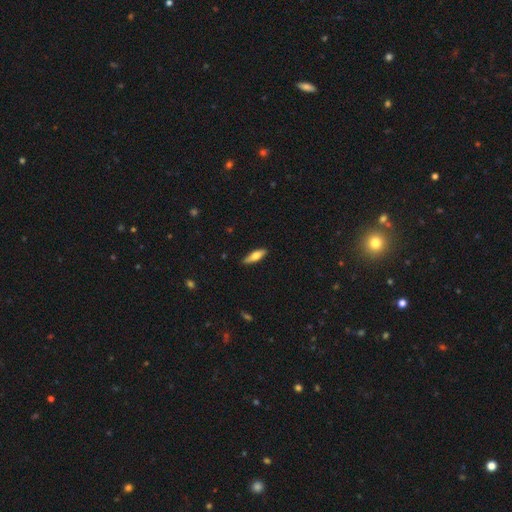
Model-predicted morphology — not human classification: This appears to be a smooth galaxy with no disk features (64%) that is cigar-shaped (55%). Merging: none (84%).